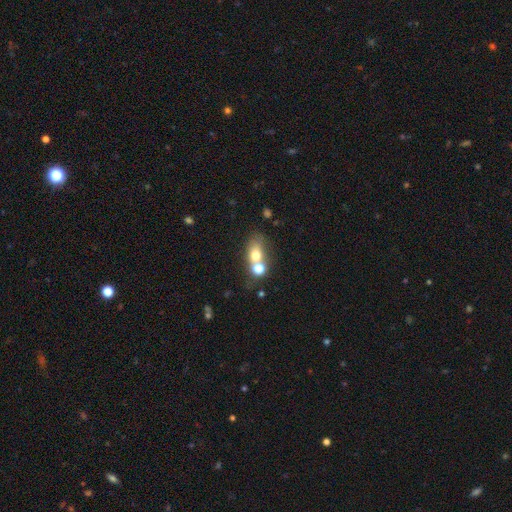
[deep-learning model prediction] smooth-or-featured: smooth: 66% | featured or disk: 20% | star or artifact: 14%
  how-rounded: in between: 60% | round: 36% | cigar-shaped: 4%
  merging: merger: 43% | none: 39% | minor disturbance: 11% | major disturbance: 7%